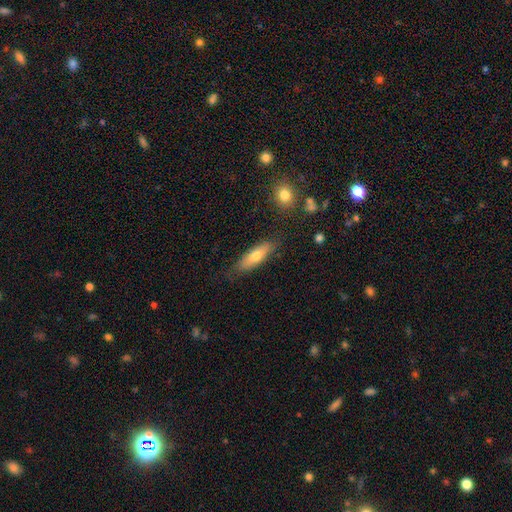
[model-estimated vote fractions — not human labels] smooth 67%, featured or disk 27%, star or artifact 7%. Down the decision tree: how rounded — cigar-shaped (52%); merging — none (78%).